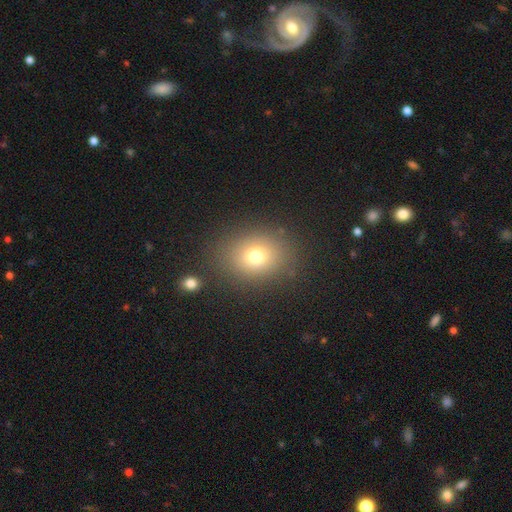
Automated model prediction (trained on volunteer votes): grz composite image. It shows a smooth galaxy with no disk features (73%) that is round (58%). Merging: none (83%).